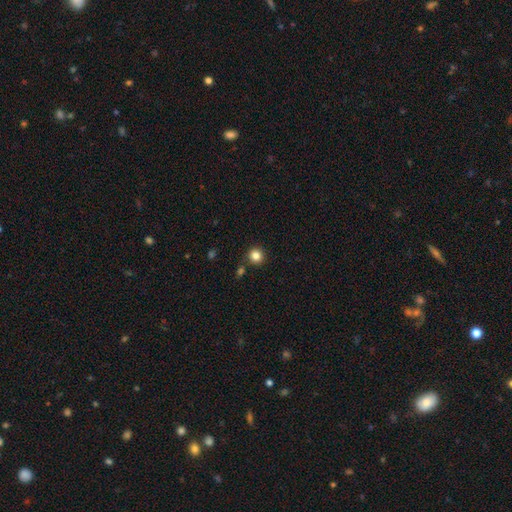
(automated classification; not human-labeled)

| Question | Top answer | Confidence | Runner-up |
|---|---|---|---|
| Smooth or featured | smooth | 84% | star or artifact (12%) |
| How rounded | round | 92% | in between (7%) |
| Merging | none | 85% | minor disturbance (7%) |